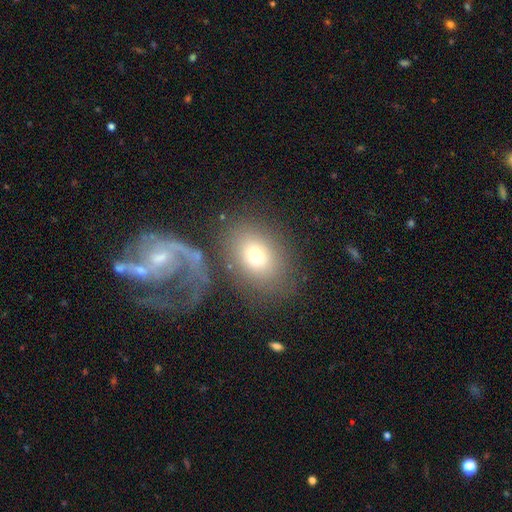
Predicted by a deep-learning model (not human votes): This is likely a smooth galaxy (68%). How rounded: likely in between (61%). Merging: likely none (62%).